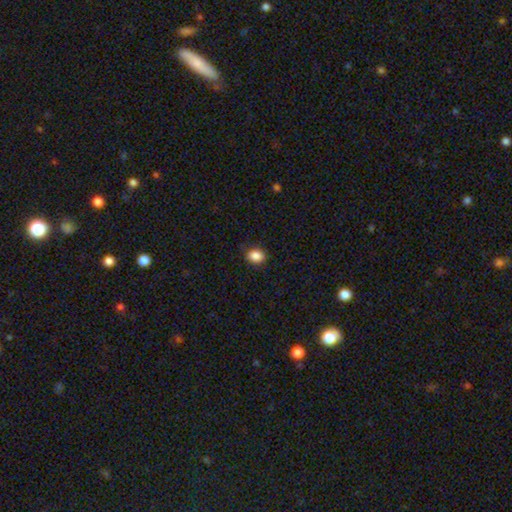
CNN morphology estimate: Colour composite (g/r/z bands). It shows a smooth galaxy with no disk features (87%) that is in between round and cigar-shaped (50%). Merging: none (87%).